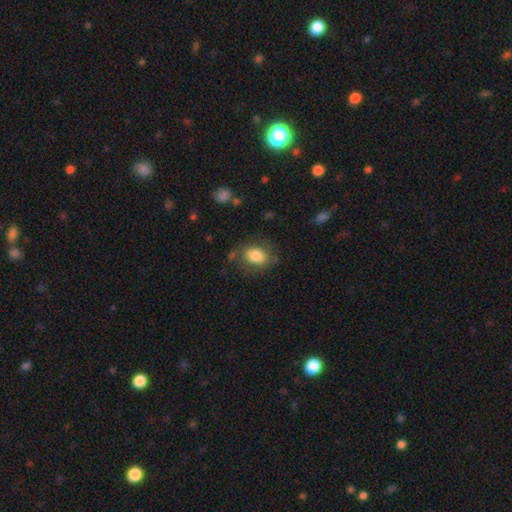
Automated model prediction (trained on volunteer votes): A smooth galaxy with no disk features (80%) that is in between round and cigar-shaped (68%).

Vote fractions:
- Smooth or featured? smooth: 80% / featured or disk: 12% / star or artifact: 8%
- How rounded? in between: 68% / round: 30% / cigar-shaped: 1%
- Merging? none: 69% / minor disturbance: 19% / major disturbance: 8% / merger: 3%